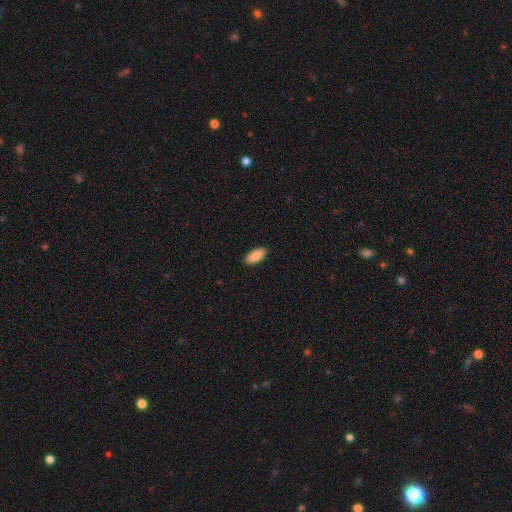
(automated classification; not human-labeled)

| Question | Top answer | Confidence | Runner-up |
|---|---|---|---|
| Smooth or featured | smooth | 90% | star or artifact (6%) |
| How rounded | in between | 92% | cigar-shaped (6%) |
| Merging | none | 89% | minor disturbance (9%) |